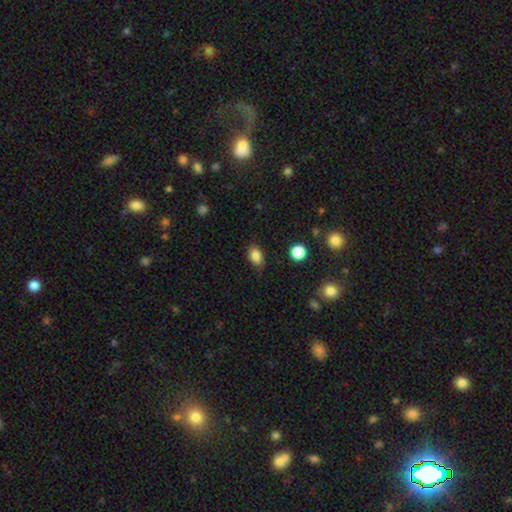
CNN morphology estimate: This appears to be a smooth galaxy with no disk features (84%) that is in between round and cigar-shaped (83%). Merging: none (80%).